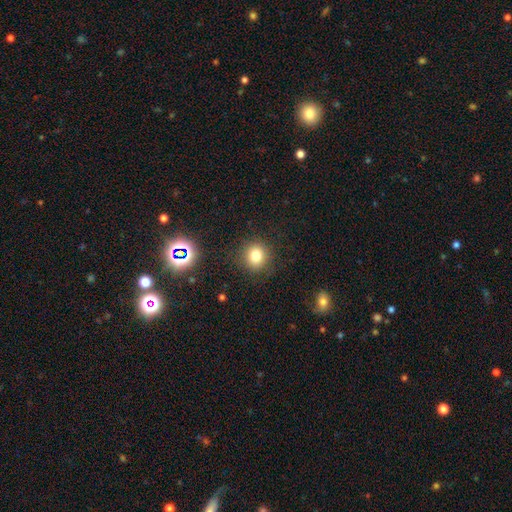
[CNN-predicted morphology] Smooth or featured?
  - smooth: 79% *
  - star or artifact: 14%
  - featured or disk: 7%
How rounded?
  - round: 86% *
  - in between: 13%
  - cigar-shaped: 1%
Merging?
  - none: 87% *
  - minor disturbance: 8%
  - major disturbance: 3%
  - merger: 2%